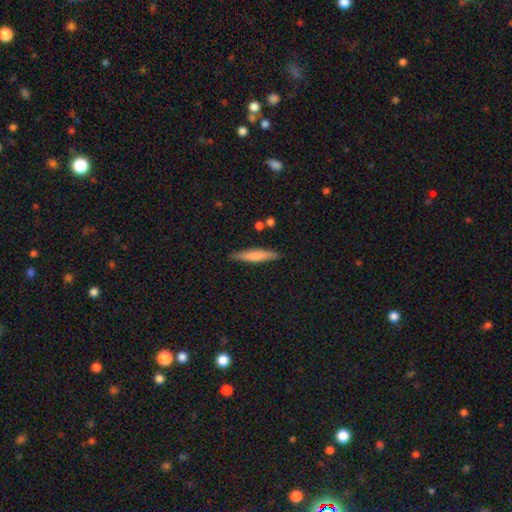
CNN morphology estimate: Q: Smooth or featured?
A: smooth (72%); runner-up: featured or disk (22%)
Q: How rounded?
A: cigar-shaped (89%); runner-up: in between (9%)
Q: Merging?
A: none (86%); runner-up: minor disturbance (10%)